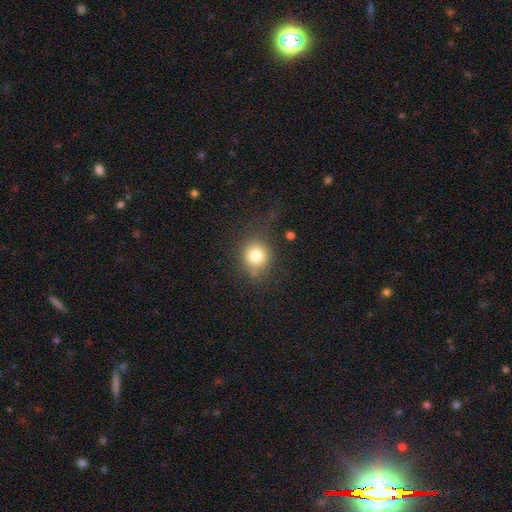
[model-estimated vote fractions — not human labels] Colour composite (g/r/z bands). It shows a smooth galaxy with no disk features (80%) that is round (80%). Merging: none (75%).